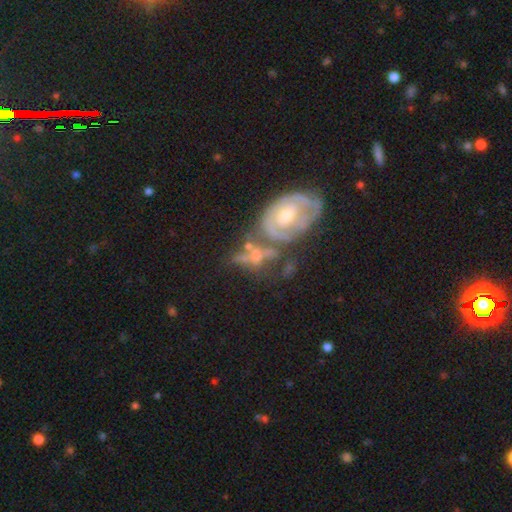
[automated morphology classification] A featured or disk galaxy (63%) with no bar (70%), spiral arms (51%) and a moderate central bulge (52%). Merging: merger (41%).